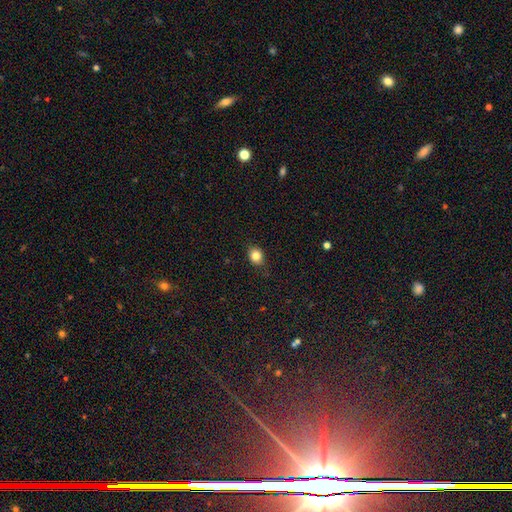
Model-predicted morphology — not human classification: smooth-or-featured: smooth: 83% | star or artifact: 11% | featured or disk: 6%
  how-rounded: round: 60% | in between: 39% | cigar-shaped: 1%
  merging: none: 84% | minor disturbance: 13% | major disturbance: 3% | merger: 1%